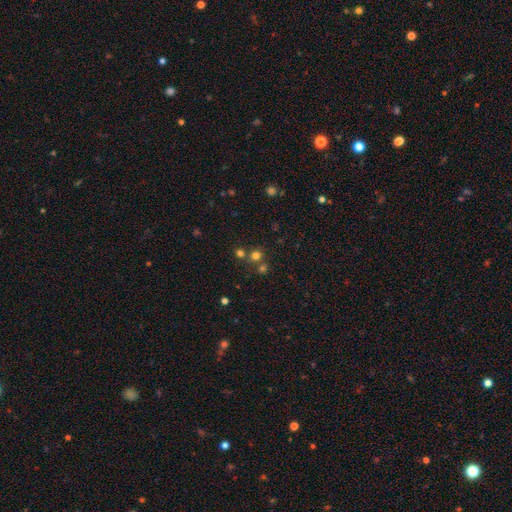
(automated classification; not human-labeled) smooth-or-featured: smooth: 68% | star or artifact: 25% | featured or disk: 7%
  how-rounded: round: 89% | in between: 10% | cigar-shaped: 1%
  merging: none: 67% | merger: 24% | minor disturbance: 6% | major disturbance: 3%